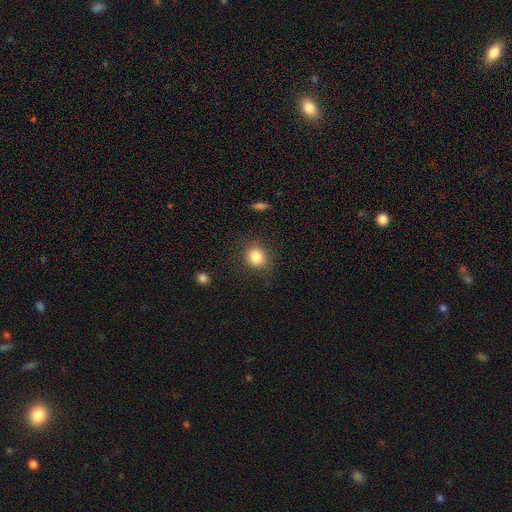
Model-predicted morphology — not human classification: Smooth or featured: smooth — 83% (star or artifact — 11%)
How rounded: round — 78% (in between — 21%)
Merging: none — 84% (minor disturbance — 11%)